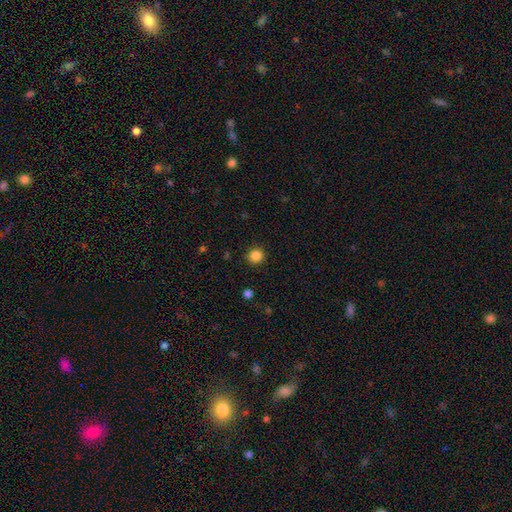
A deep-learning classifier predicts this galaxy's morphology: Smooth or featured? Predicted: smooth (p=0.85). How rounded? Predicted: round (p=0.93). Merging? Predicted: none (p=0.91).